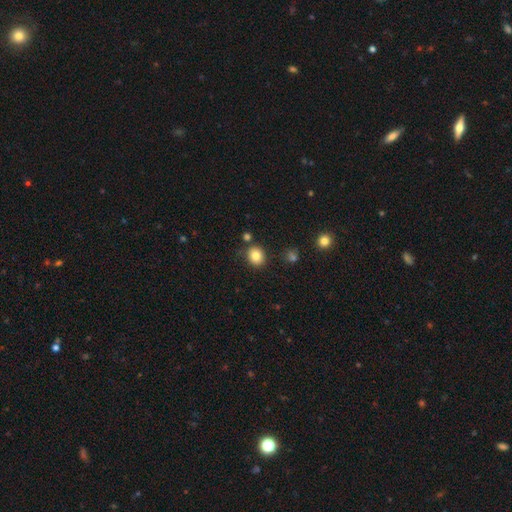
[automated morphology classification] Smooth or featured? smooth (82%)
How rounded? round (72%)
Merging? none (81%)